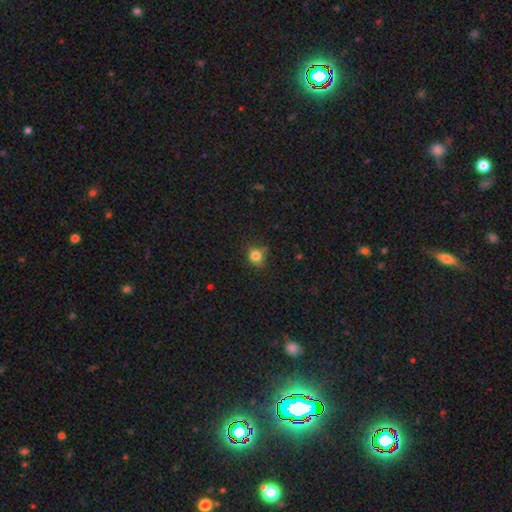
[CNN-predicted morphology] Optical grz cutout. It shows a smooth galaxy with no disk features (81%) that is round (74%). Merging: none (66%).